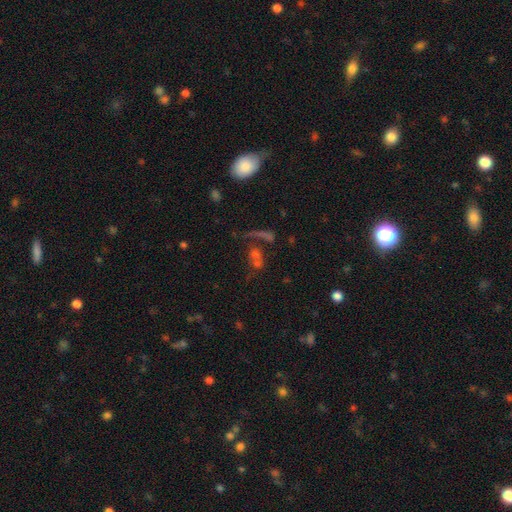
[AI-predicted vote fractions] This appears to be a smooth galaxy with no disk features (39%). Merging: none (47%).